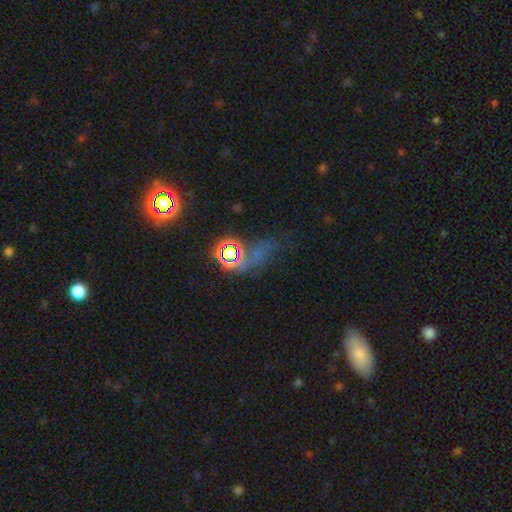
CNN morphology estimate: This is possibly a star or artifact rather than a galaxy (54%).